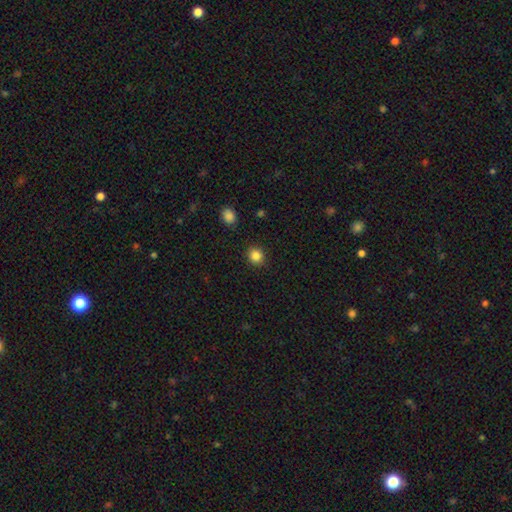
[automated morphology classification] smooth_or_featured: smooth (p=0.85) [alt: star or artifact p=0.11]
how_rounded: round (p=0.87) [alt: in between p=0.12]
merging: none (p=0.90) [alt: minor disturbance p=0.07]